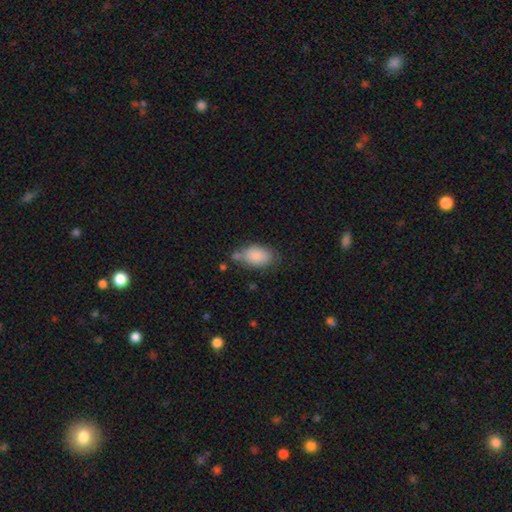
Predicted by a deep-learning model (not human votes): A smooth galaxy with no disk features (84%) that is in between round and cigar-shaped (90%).

Vote fractions:
- Smooth or featured? smooth: 84% / featured or disk: 9% / star or artifact: 7%
- How rounded? in between: 90% / round: 8% / cigar-shaped: 2%
- Merging? none: 56% / minor disturbance: 25% / merger: 12% / major disturbance: 7%